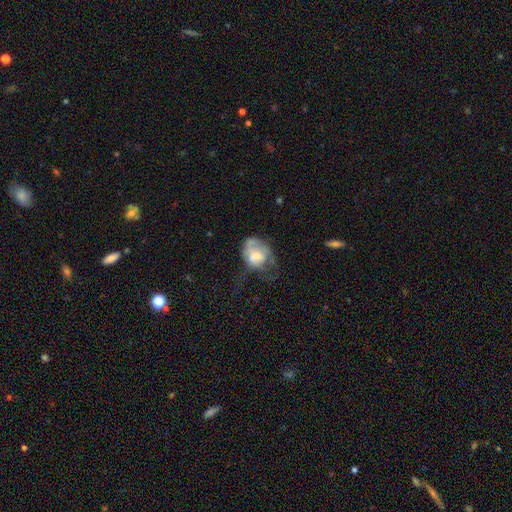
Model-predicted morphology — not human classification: Smooth or featured? Predicted: smooth (p=0.52). How rounded? Predicted: in between (p=0.56). Merging? Predicted: major disturbance (p=0.44).